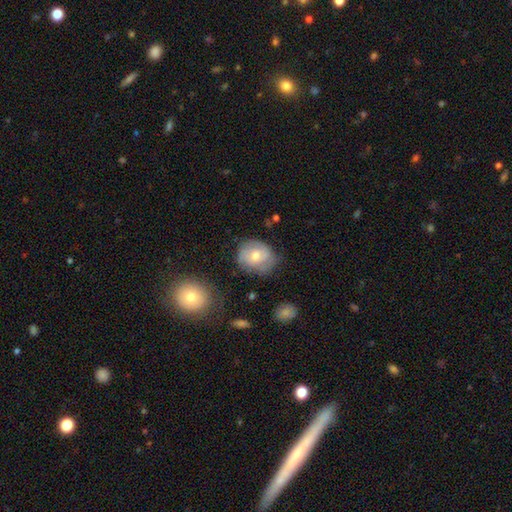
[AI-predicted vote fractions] Smooth or featured? Predicted: smooth (p=0.49). Merging? Predicted: none (p=0.65).